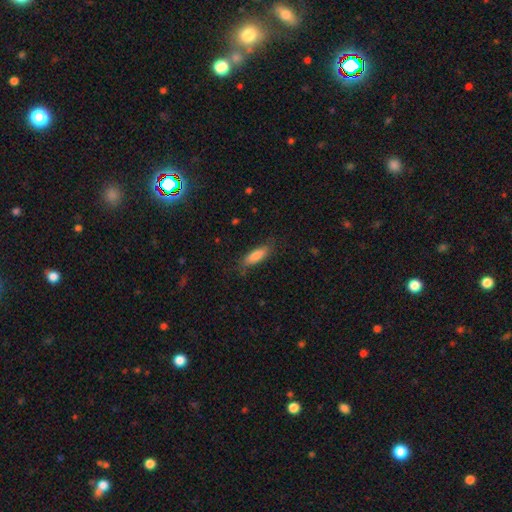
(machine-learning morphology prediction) smooth-or-featured: smooth: 81% | featured or disk: 12% | star or artifact: 7%
  how-rounded: in between: 52% | cigar-shaped: 46% | round: 2%
  merging: none: 79% | minor disturbance: 16% | major disturbance: 4% | merger: 1%